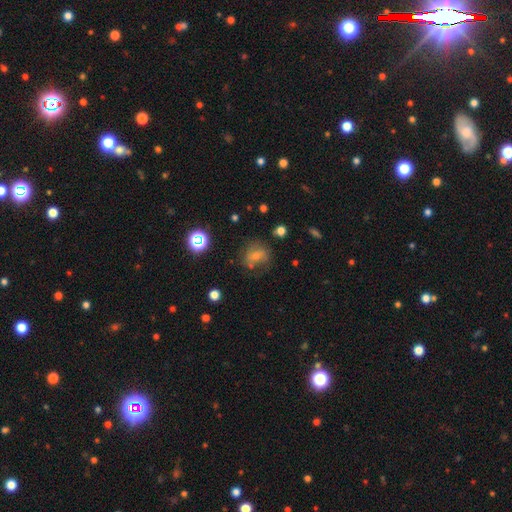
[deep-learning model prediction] Smooth or featured?
  - smooth: 54% *
  - featured or disk: 28%
  - star or artifact: 18%
How rounded?
  - round: 58% *
  - in between: 40%
  - cigar-shaped: 2%
Merging?
  - none: 51% *
  - minor disturbance: 24%
  - major disturbance: 18%
  - merger: 6%